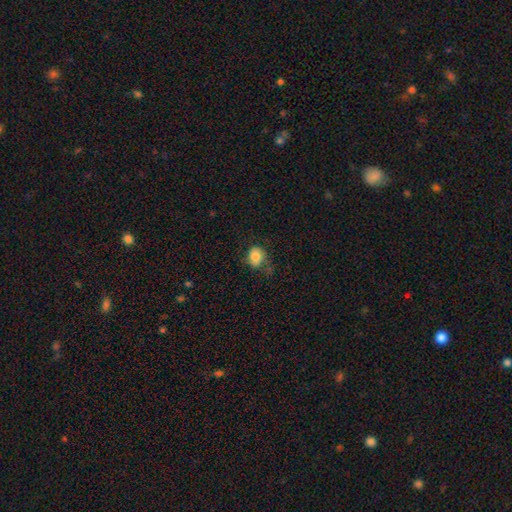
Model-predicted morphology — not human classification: A smooth galaxy with no disk features (80%) that is in between round and cigar-shaped (52%).

Vote fractions:
- Smooth or featured? smooth: 80% / featured or disk: 11% / star or artifact: 9%
- How rounded? in between: 52% / round: 47% / cigar-shaped: 1%
- Merging? none: 52% / minor disturbance: 30% / major disturbance: 15% / merger: 3%